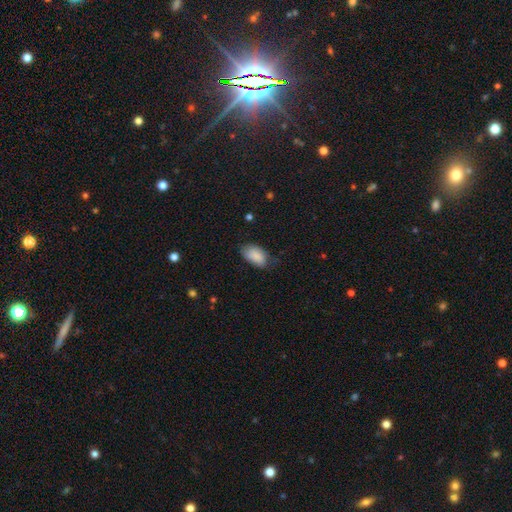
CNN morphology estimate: Smooth or featured: smooth — 87% (featured or disk — 7%)
How rounded: in between — 94% (round — 5%)
Merging: none — 62% (minor disturbance — 30%)